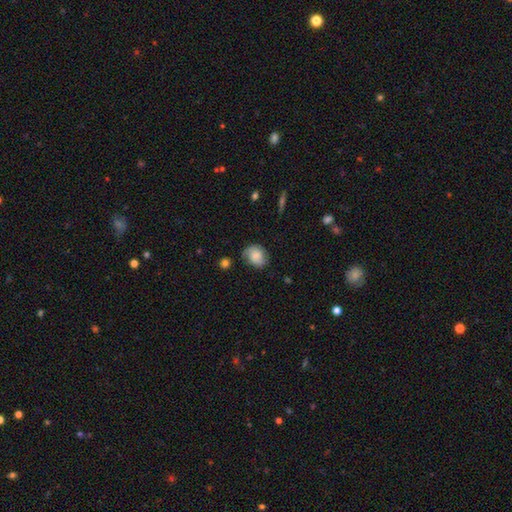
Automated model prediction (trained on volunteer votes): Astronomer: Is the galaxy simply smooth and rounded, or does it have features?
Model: smooth — 65%.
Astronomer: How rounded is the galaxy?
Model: round — 54% (runner-up: in between, 45%).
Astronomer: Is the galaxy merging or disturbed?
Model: none — 60%.